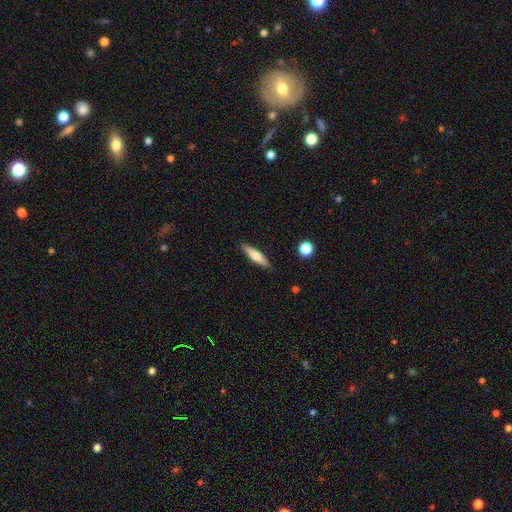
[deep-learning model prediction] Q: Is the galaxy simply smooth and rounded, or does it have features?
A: smooth — 62%.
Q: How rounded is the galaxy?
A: cigar-shaped — 74%.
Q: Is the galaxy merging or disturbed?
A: none — 88%.